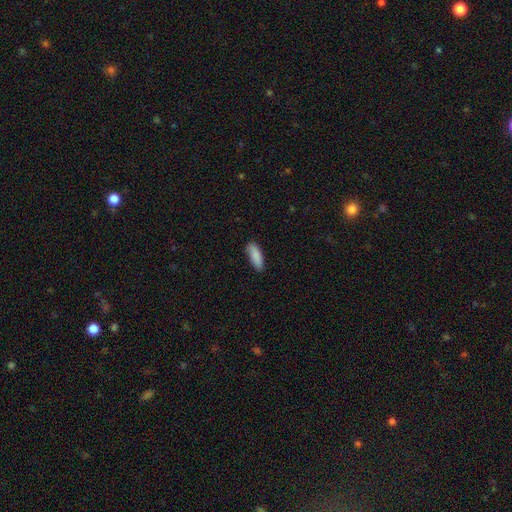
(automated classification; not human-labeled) A smooth galaxy with no disk features (89%) that is in between round and cigar-shaped (60%). Merging: none (86%).